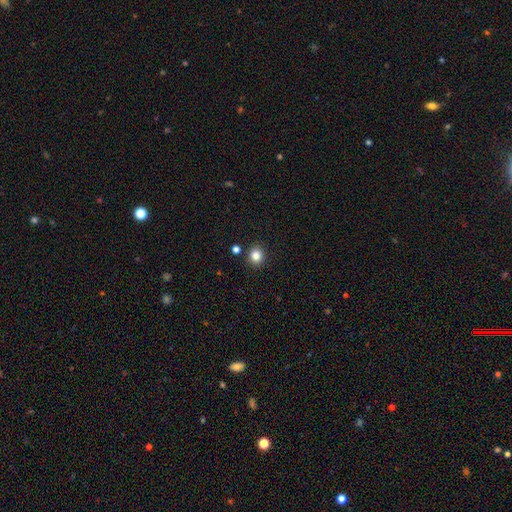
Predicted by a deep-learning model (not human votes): The model was most divided on "how rounded": round: 84%, in between: 15%, cigar-shaped: 1%. More confident: merging — none (89%); smooth or featured — smooth (84%).